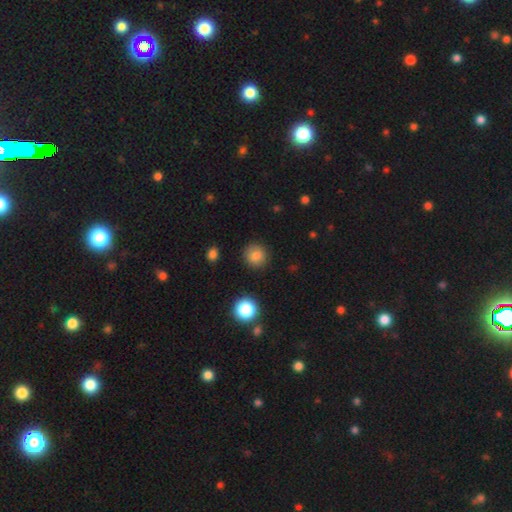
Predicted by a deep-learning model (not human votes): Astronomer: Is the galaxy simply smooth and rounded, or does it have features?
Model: smooth — 83%.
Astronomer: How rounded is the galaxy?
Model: round — 89%.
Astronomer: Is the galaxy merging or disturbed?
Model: none — 87%.